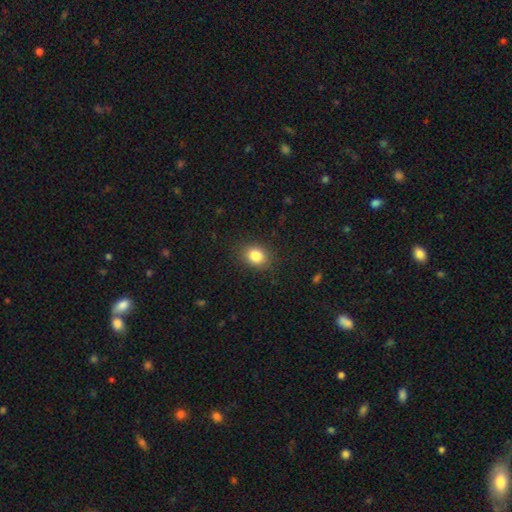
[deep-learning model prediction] Morphology: type=smooth (84%); roundness=in between (51%); merging=none (86%).